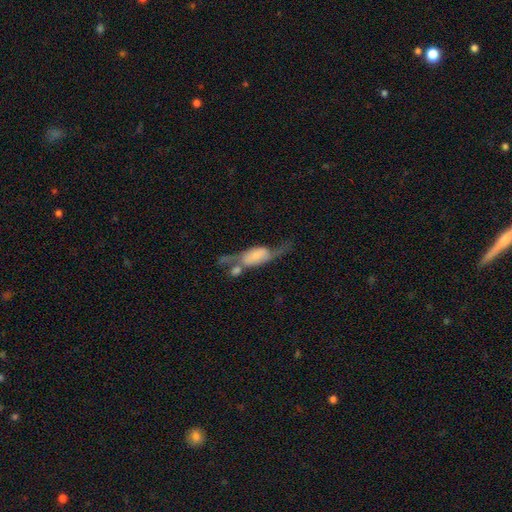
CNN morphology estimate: type=featured or disk (57%); edge-on=no (73%); merging=merger (39%).